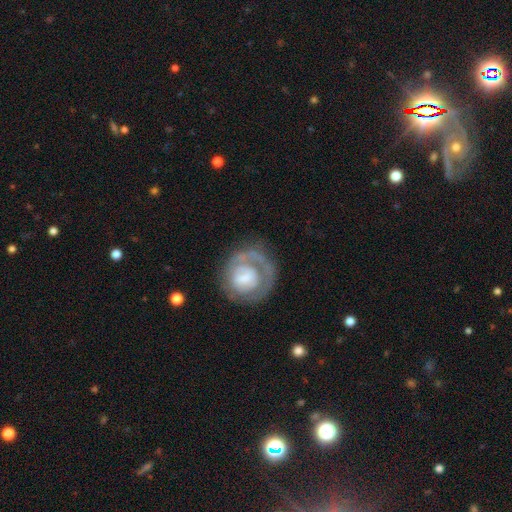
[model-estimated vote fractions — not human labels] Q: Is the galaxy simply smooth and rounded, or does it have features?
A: featured or disk — 69%.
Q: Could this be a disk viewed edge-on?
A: no — 97%.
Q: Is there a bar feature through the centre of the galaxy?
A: no — 63%.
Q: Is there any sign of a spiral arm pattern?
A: yes — 70%.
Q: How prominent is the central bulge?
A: small — 39%.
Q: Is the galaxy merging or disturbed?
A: none — 64%.